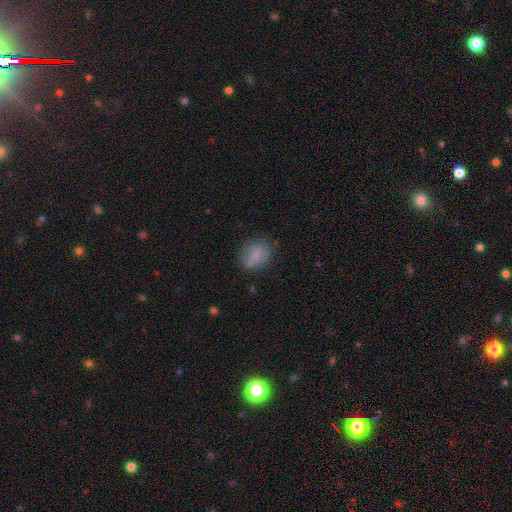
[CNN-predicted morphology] smooth_or_featured: smooth (p=0.79) [alt: featured or disk p=0.12]
how_rounded: round (p=0.59) [alt: in between p=0.40]
merging: none (p=0.74) [alt: minor disturbance p=0.18]